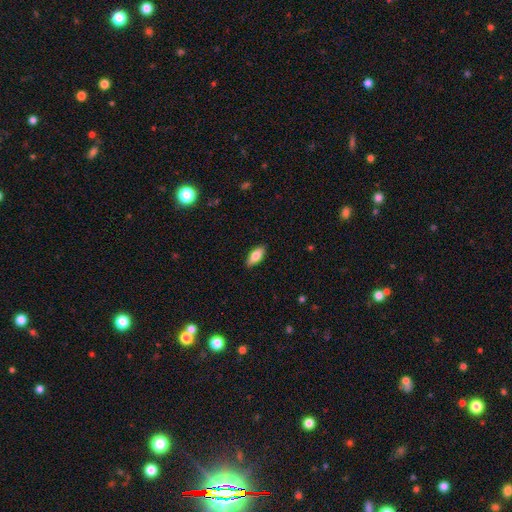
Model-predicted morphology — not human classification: smooth 77%, featured or disk 17%, star or artifact 6%. Down the decision tree: how rounded — in between (81%); merging — none (89%).